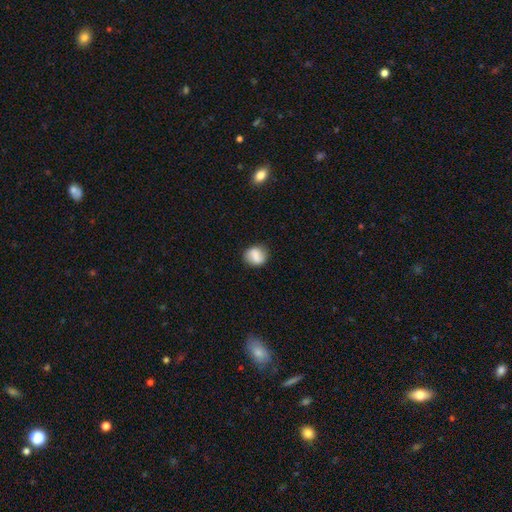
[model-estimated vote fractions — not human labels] A smooth galaxy with no disk features (71%) that is round (70%).

Vote fractions:
- Smooth or featured? smooth: 71% / featured or disk: 21% / star or artifact: 8%
- How rounded? round: 70% / in between: 28% / cigar-shaped: 2%
- Merging? none: 80% / minor disturbance: 14% / major disturbance: 4% / merger: 3%